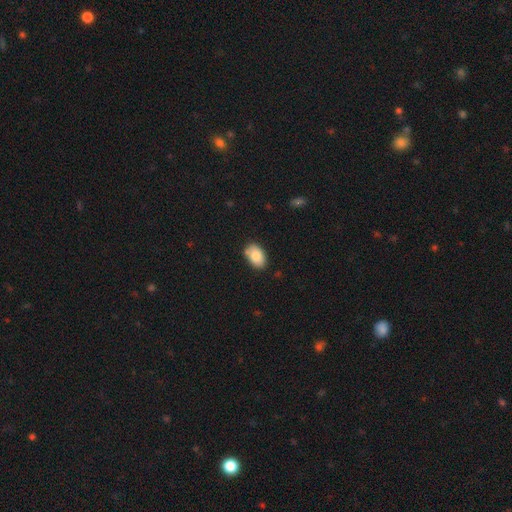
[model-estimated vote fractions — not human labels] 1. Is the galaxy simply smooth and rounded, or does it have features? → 83% smooth, 10% featured or disk, 7% star or artifact.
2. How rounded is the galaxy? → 90% in between, 9% round, 1% cigar-shaped.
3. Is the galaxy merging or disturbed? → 75% none, 19% minor disturbance, 3% merger, 3% major disturbance.